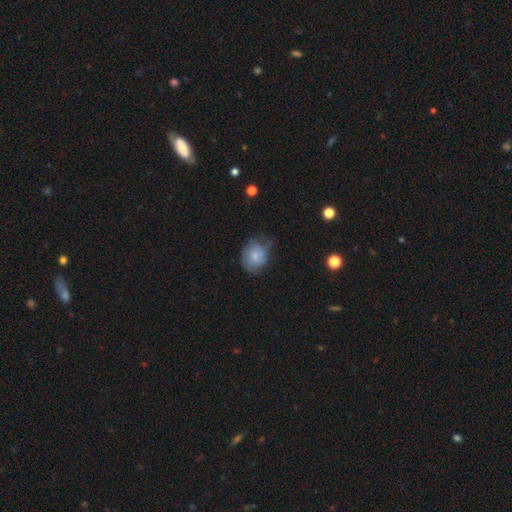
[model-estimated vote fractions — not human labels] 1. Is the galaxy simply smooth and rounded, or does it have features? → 59% smooth, 33% featured or disk, 8% star or artifact.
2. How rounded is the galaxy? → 59% round, 40% in between, 1% cigar-shaped.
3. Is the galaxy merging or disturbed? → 48% none, 34% minor disturbance, 16% major disturbance, 2% merger.